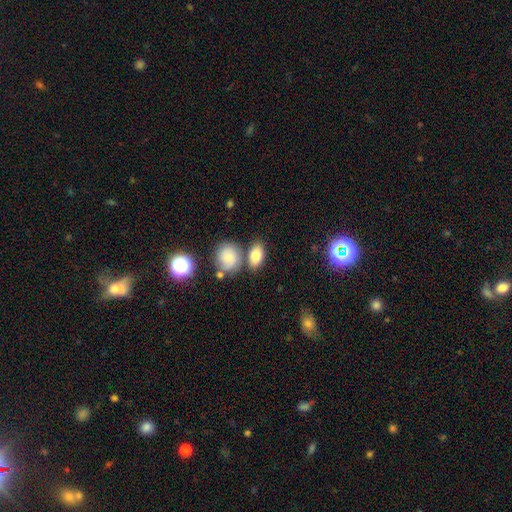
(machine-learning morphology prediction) Smooth or featured? Predicted: smooth (p=0.80). How rounded? Predicted: in between (p=0.82). Merging? Predicted: none (p=0.65).